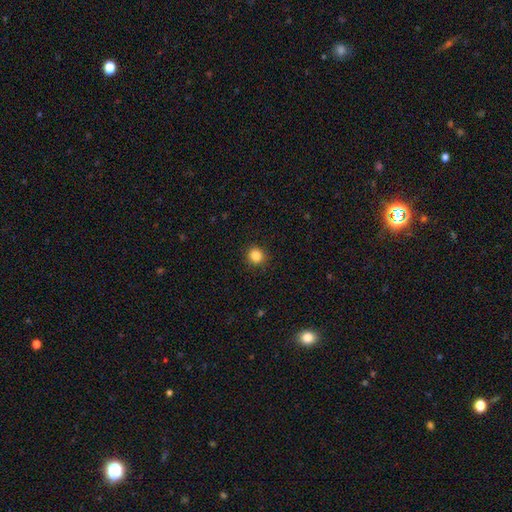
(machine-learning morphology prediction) Smooth or featured? Predicted: smooth (p=0.85). How rounded? Predicted: round (p=0.90). Merging? Predicted: none (p=0.91).